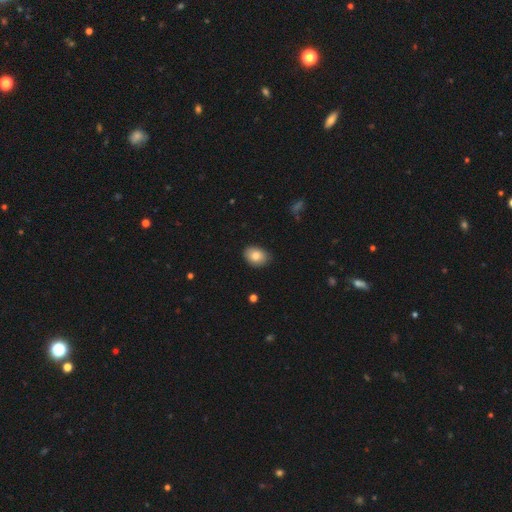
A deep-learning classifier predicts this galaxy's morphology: smooth_or_featured: smooth (p=0.82) [alt: featured or disk p=0.10]
how_rounded: in between (p=0.78) [alt: round p=0.21]
merging: none (p=0.84) [alt: minor disturbance p=0.13]